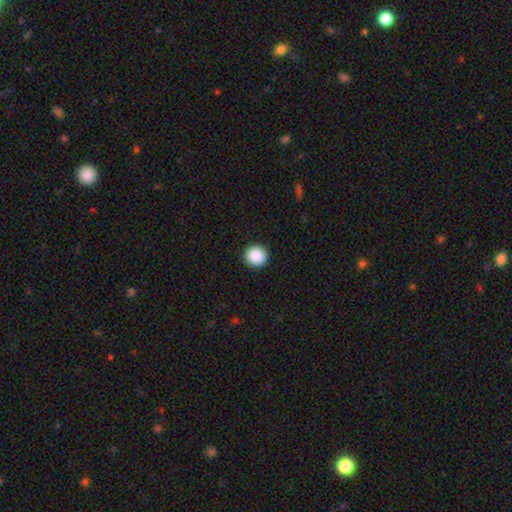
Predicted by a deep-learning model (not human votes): Morphology: type=smooth (89%); roundness=round (96%); merging=none (93%).